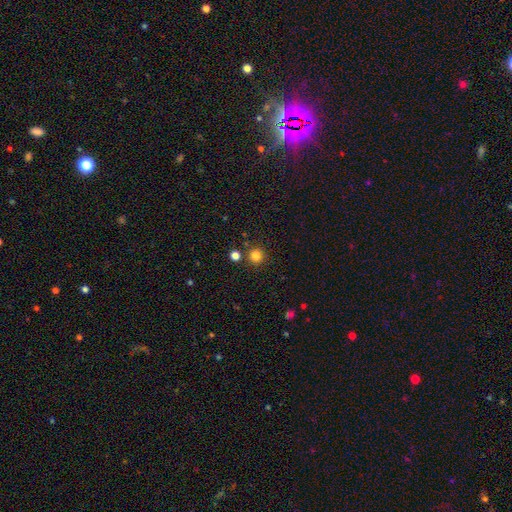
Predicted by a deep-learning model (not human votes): A smooth galaxy with no disk features (82%) that is round (94%).

Vote fractions:
- Smooth or featured? smooth: 82% / star or artifact: 13% / featured or disk: 4%
- How rounded? round: 94% / in between: 5% / cigar-shaped: 1%
- Merging? none: 85% / merger: 6% / minor disturbance: 6% / major disturbance: 2%